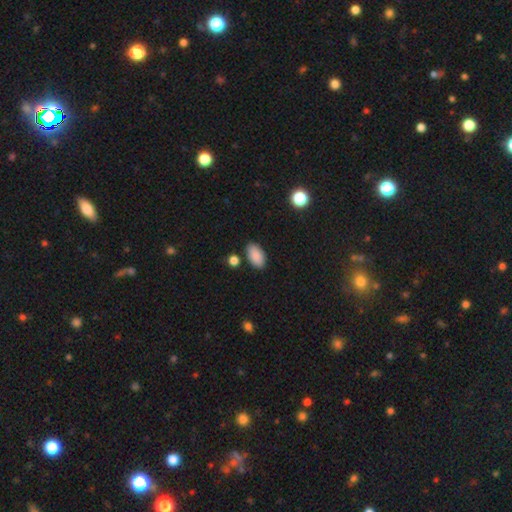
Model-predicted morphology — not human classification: smooth-or-featured: smooth: 89% | star or artifact: 7% | featured or disk: 4%
  how-rounded: in between: 94% | round: 4% | cigar-shaped: 2%
  merging: none: 81% | minor disturbance: 11% | merger: 5% | major disturbance: 3%